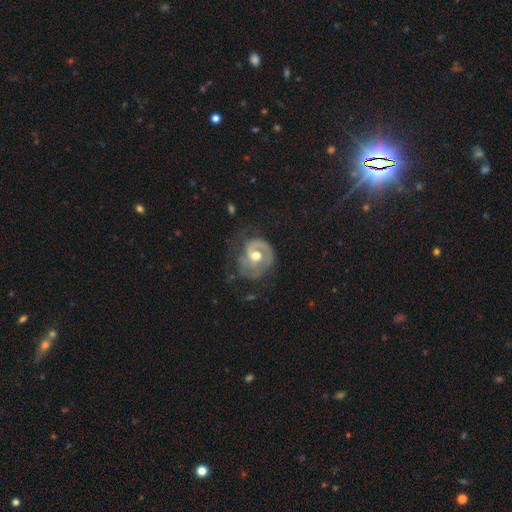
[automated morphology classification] Q: Smooth or featured?
A: featured or disk (73%); runner-up: smooth (21%)
Q: Edge-on disk?
A: no (97%); runner-up: yes (3%)
Q: Bar?
A: no (65%); runner-up: weak (28%)
Q: Spiral arms?
A: yes (80%); runner-up: no (20%)
Q: Spiral winding?
A: tight (48%); runner-up: medium (34%)
Q: Spiral arm count?
A: 1 (47%); runner-up: 2 (29%)
Q: Bulge size?
A: moderate (75%); runner-up: large (13%)
Q: Merging?
A: none (51%); runner-up: minor disturbance (24%)